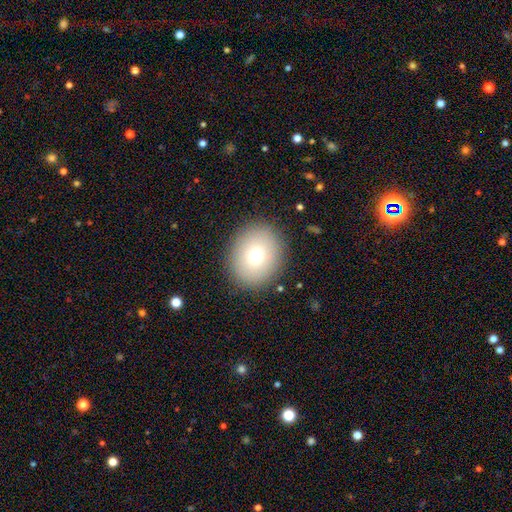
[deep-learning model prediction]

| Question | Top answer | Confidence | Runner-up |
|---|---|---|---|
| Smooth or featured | smooth | 73% | featured or disk (14%) |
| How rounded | round | 64% | in between (35%) |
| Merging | none | 89% | minor disturbance (7%) |